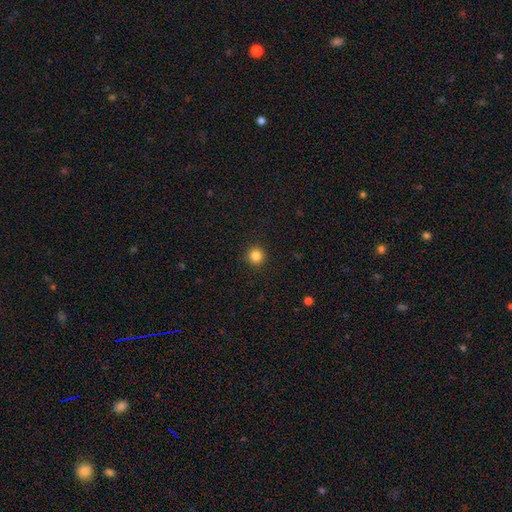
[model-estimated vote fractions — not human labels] smooth_or_featured: smooth (p=0.85) [alt: star or artifact p=0.11]
how_rounded: round (p=0.95) [alt: in between p=0.04]
merging: none (p=0.92) [alt: minor disturbance p=0.05]